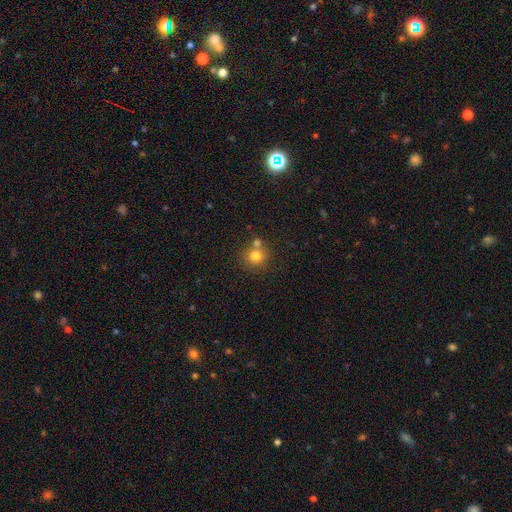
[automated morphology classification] Smooth or featured?
  - smooth: 78% *
  - star or artifact: 13%
  - featured or disk: 9%
How rounded?
  - round: 88% *
  - in between: 11%
  - cigar-shaped: 1%
Merging?
  - none: 62% *
  - merger: 27%
  - minor disturbance: 9%
  - major disturbance: 3%